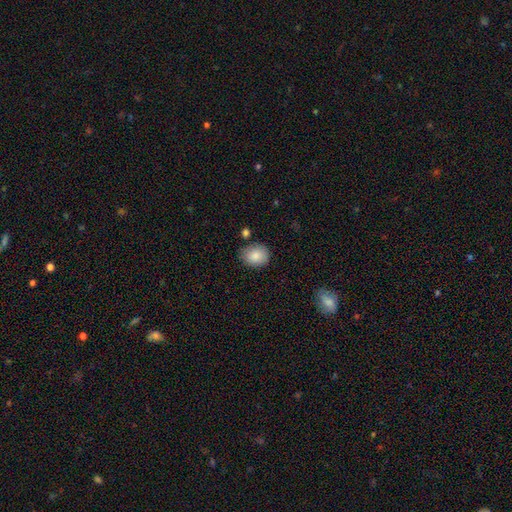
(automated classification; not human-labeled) This is clearly a smooth galaxy (85%). How rounded: possibly round (54%). Merging: likely none (75%).